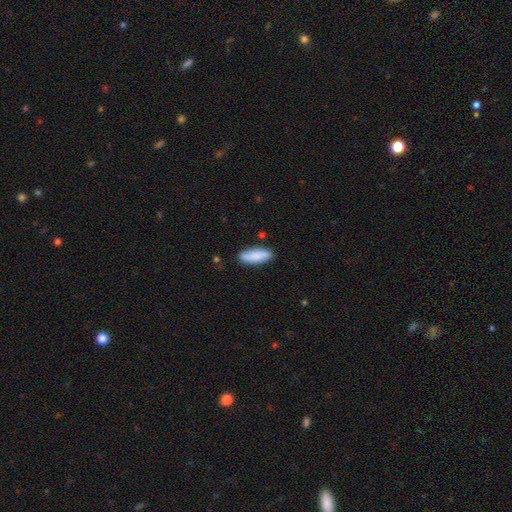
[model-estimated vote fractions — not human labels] Morphology: type=smooth (87%); roundness=in between (63%); merging=none (85%).